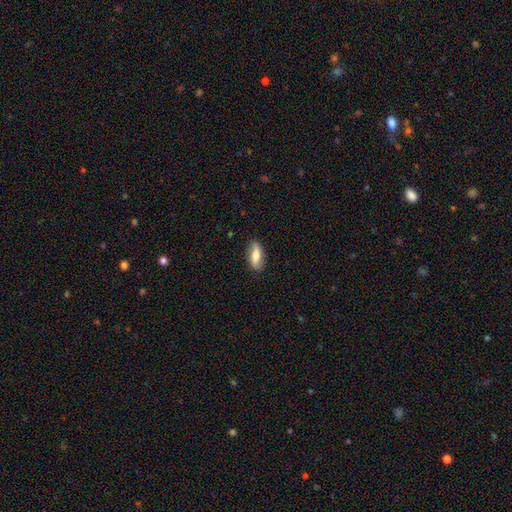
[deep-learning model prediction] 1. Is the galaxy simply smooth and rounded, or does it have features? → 59% smooth, 34% featured or disk, 7% star or artifact.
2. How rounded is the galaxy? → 75% in between, 21% cigar-shaped, 4% round.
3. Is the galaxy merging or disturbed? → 85% none, 12% minor disturbance, 2% major disturbance, 1% merger.